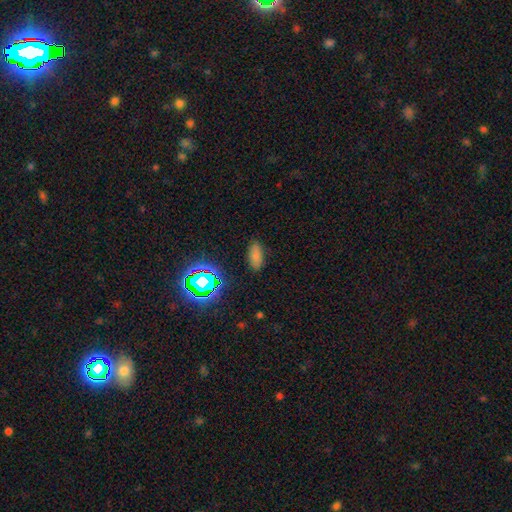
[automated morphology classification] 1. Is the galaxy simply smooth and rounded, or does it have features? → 74% smooth, 20% star or artifact, 6% featured or disk.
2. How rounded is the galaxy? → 84% in between, 13% cigar-shaped, 3% round.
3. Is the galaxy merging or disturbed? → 85% none, 10% minor disturbance, 3% major disturbance, 2% merger.